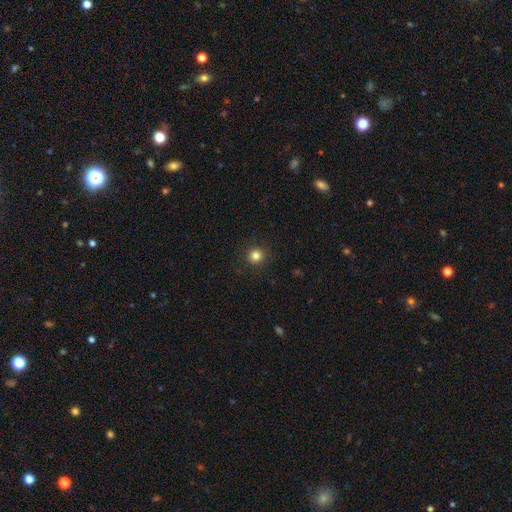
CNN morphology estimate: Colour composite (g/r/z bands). It shows a smooth galaxy with no disk features (83%) that is round (94%). Merging: none (92%).